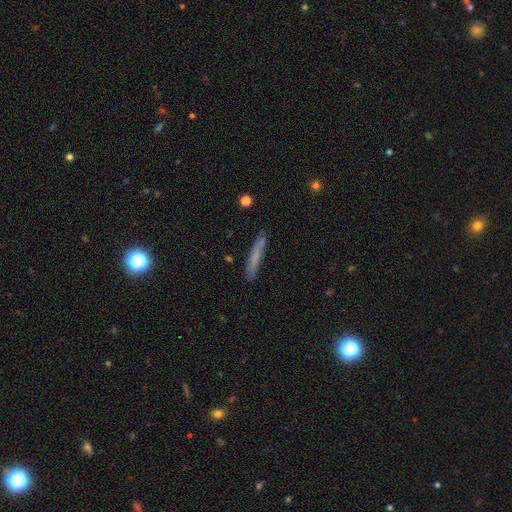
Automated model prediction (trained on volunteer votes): Smooth or featured? smooth (67%)
How rounded? cigar-shaped (95%)
Merging? none (87%)